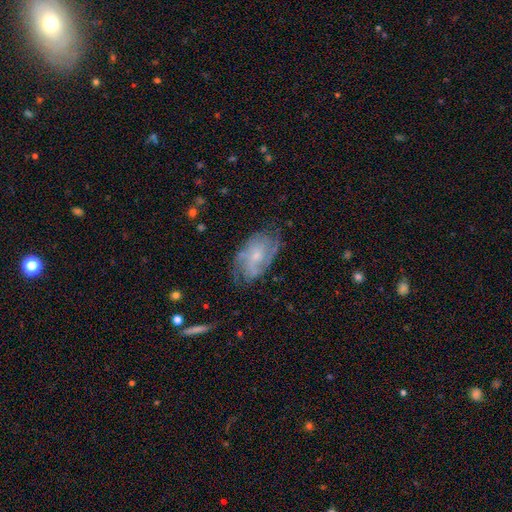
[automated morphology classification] This appears to be a featured or disk galaxy (71%) with no bar (62%), tight (46%) spiral arms (88%) and a small central bulge (58%). Merging: none (67%).